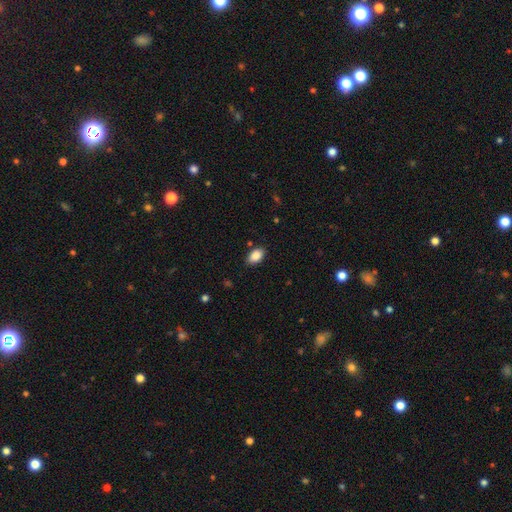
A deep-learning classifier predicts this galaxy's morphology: Smooth or featured? smooth (87%)
How rounded? in between (91%)
Merging? none (85%)